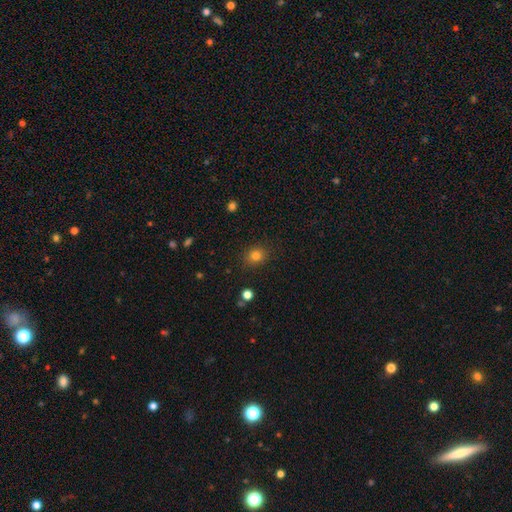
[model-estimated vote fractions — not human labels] This is clearly a smooth galaxy (81%). How rounded: likely round (70%). Merging: clearly none (87%).